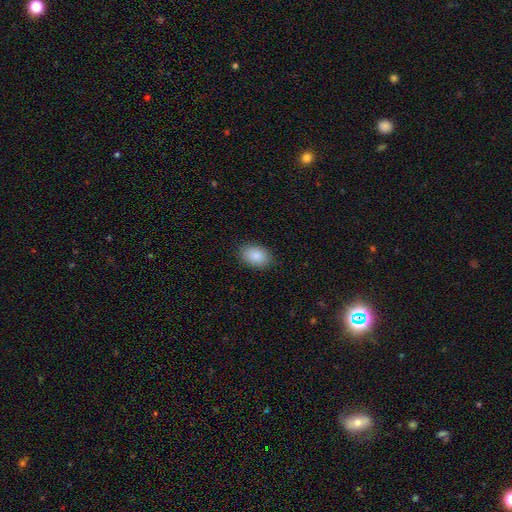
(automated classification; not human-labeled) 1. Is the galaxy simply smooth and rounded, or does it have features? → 88% smooth, 7% star or artifact, 5% featured or disk.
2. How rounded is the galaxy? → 84% in between, 15% round, 1% cigar-shaped.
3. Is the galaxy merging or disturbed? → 88% none, 9% minor disturbance, 2% major disturbance, 1% merger.